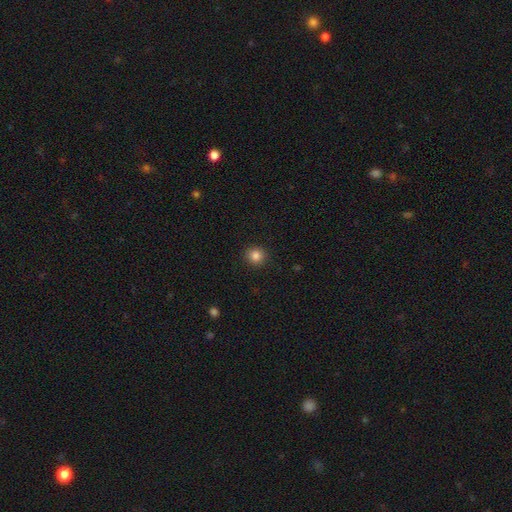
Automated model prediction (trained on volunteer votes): Q: Smooth or featured?
A: smooth (84%); runner-up: star or artifact (11%)
Q: How rounded?
A: round (91%); runner-up: in between (8%)
Q: Merging?
A: none (92%); runner-up: minor disturbance (5%)